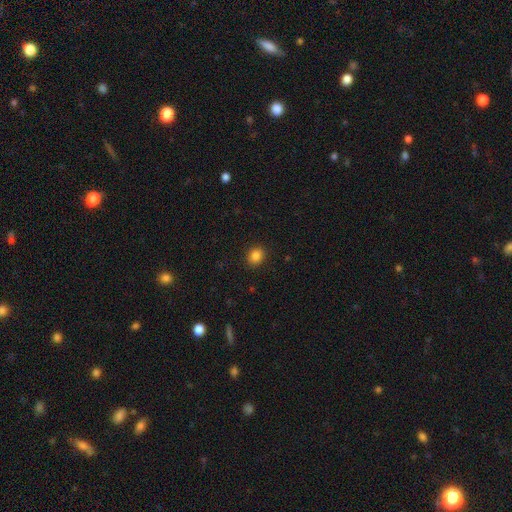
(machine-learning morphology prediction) smooth-or-featured: smooth: 85% | star or artifact: 11% | featured or disk: 4%
  how-rounded: round: 65% | in between: 34% | cigar-shaped: 1%
  merging: none: 90% | minor disturbance: 7% | major disturbance: 2% | merger: 1%